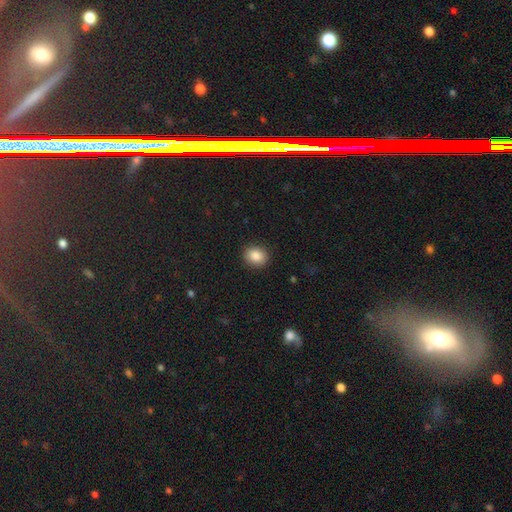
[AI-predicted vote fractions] Smooth or featured?
  - smooth: 87% *
  - star or artifact: 9%
  - featured or disk: 4%
How rounded?
  - round: 61% *
  - in between: 38%
  - cigar-shaped: 1%
Merging?
  - none: 90% *
  - minor disturbance: 7%
  - major disturbance: 2%
  - merger: 1%